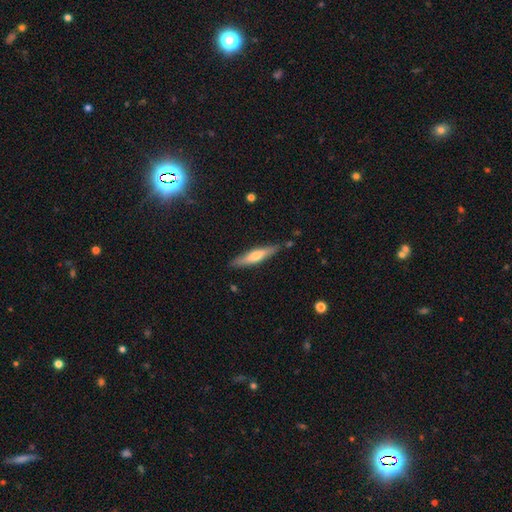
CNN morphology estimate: Q: Smooth or featured?
A: smooth (48%); runner-up: featured or disk (47%)
Q: Merging?
A: none (84%); runner-up: minor disturbance (11%)